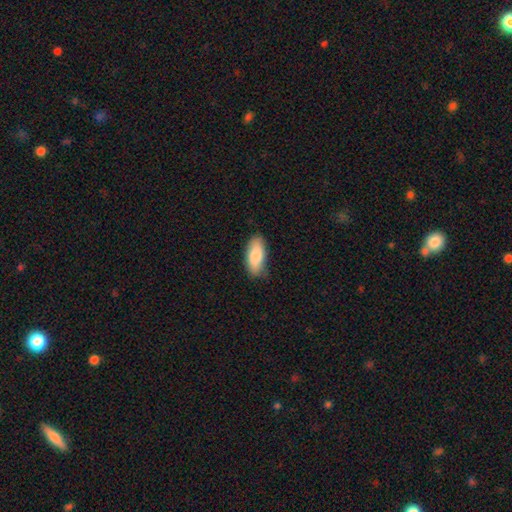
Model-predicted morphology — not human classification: Smooth or featured: smooth — 86% (featured or disk — 8%)
How rounded: in between — 85% (cigar-shaped — 13%)
Merging: none — 82% (minor disturbance — 14%)